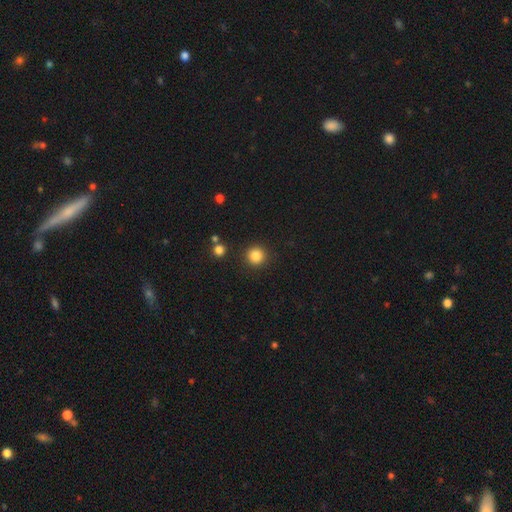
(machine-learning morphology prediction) A smooth galaxy with no disk features (85%) that is round (94%). Merging: none (90%).